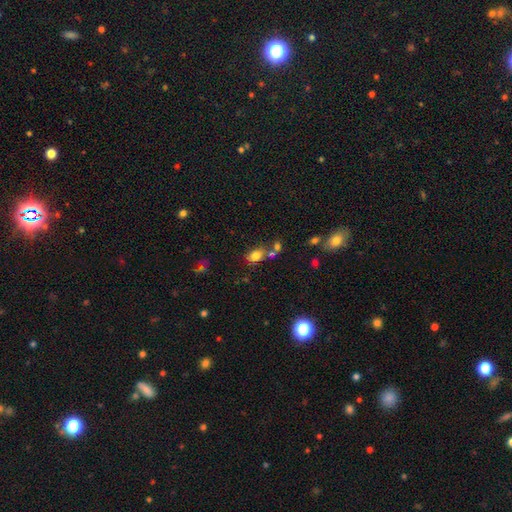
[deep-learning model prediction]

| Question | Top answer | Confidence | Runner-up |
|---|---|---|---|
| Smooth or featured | smooth | 78% | star or artifact (12%) |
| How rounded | in between | 73% | round (25%) |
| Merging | none | 59% | merger (22%) |